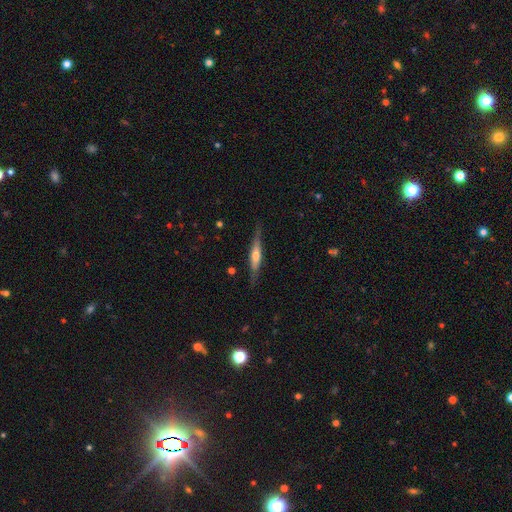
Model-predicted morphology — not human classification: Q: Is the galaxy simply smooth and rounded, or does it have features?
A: featured or disk — 61%.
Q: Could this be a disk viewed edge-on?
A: yes — 94%.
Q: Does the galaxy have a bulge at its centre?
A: rounded — 68%.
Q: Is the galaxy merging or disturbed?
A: none — 82%.